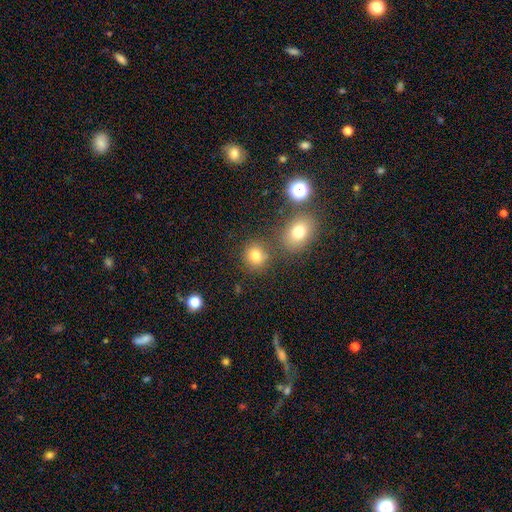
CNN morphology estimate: A smooth galaxy with no disk features (76%) that is round (81%). Merging: none (76%).